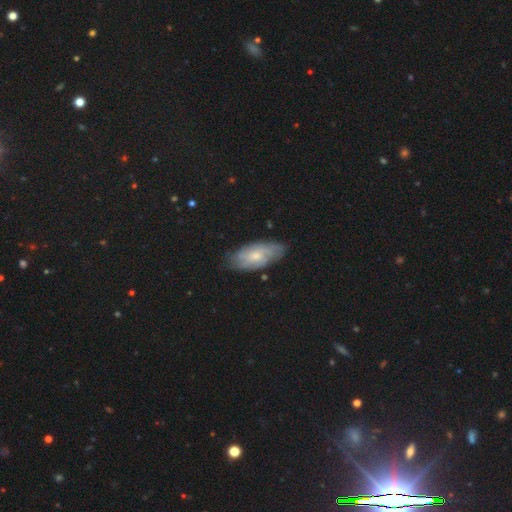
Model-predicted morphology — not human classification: A featured or disk galaxy (55%).

Vote fractions:
- Smooth or featured? featured or disk: 55% / smooth: 39% / star or artifact: 7%
- Edge-on disk? no: 88% / yes: 12%
- Merging? none: 73% / minor disturbance: 21% / major disturbance: 5% / merger: 1%